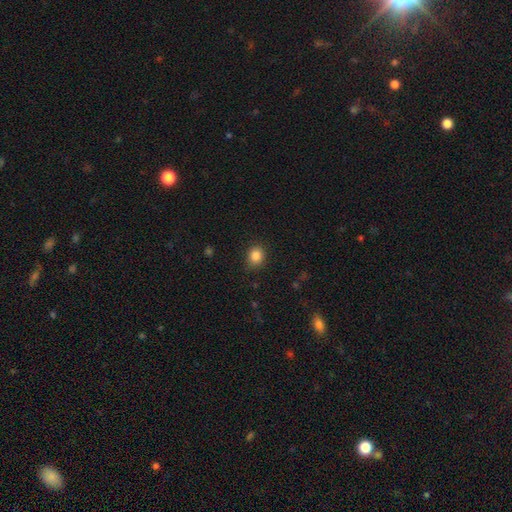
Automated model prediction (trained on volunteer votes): Morphology: type=smooth (84%); roundness=round (68%); merging=none (86%).